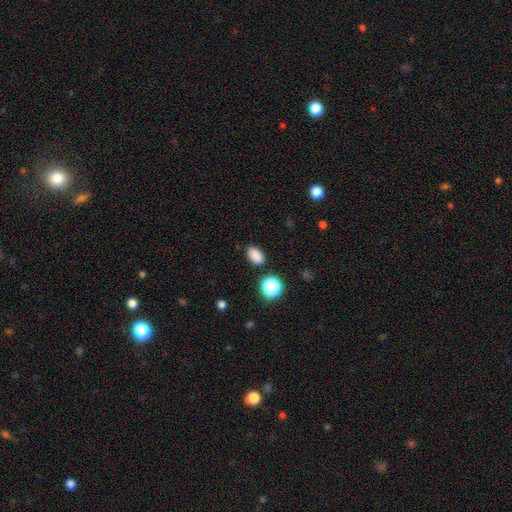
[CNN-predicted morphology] Smooth or featured?
  - smooth: 84% *
  - star or artifact: 13%
  - featured or disk: 4%
How rounded?
  - in between: 85% *
  - round: 14%
  - cigar-shaped: 2%
Merging?
  - none: 86% *
  - minor disturbance: 9%
  - major disturbance: 3%
  - merger: 2%